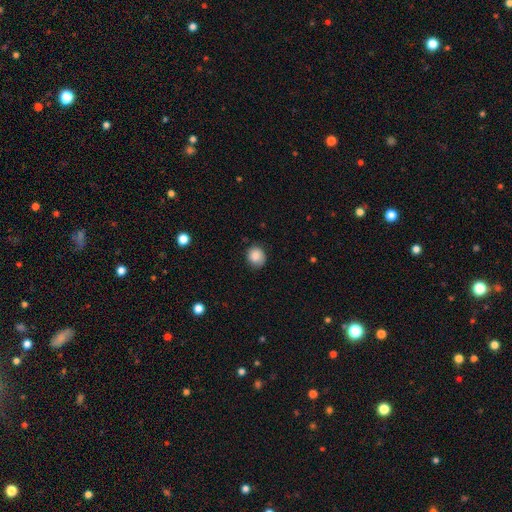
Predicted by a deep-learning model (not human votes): smooth_or_featured: smooth (p=0.86) [alt: star or artifact p=0.08]
how_rounded: round (p=0.78) [alt: in between p=0.21]
merging: none (p=0.78) [alt: minor disturbance p=0.17]